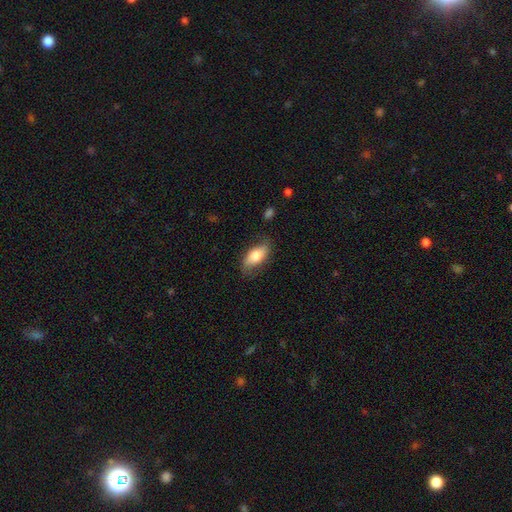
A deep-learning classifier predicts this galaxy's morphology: Smooth or featured? Predicted: smooth (p=0.71). How rounded? Predicted: in between (p=0.85). Merging? Predicted: none (p=0.72).